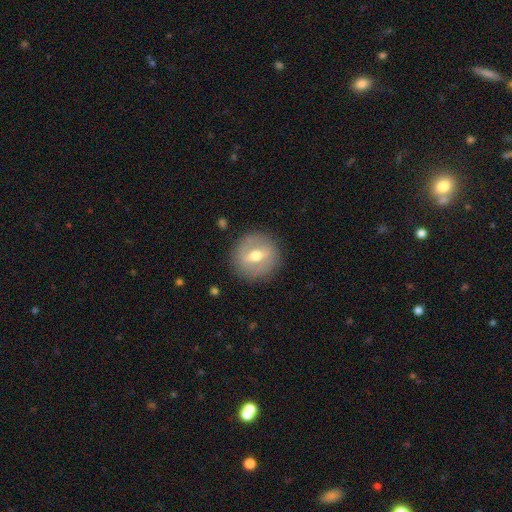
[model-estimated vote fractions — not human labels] smooth-or-featured: featured or disk: 50% | smooth: 42% | star or artifact: 7%
  disk-edge-on: no: 86% | yes: 14%
  merging: none: 86% | minor disturbance: 9% | major disturbance: 3% | merger: 1%